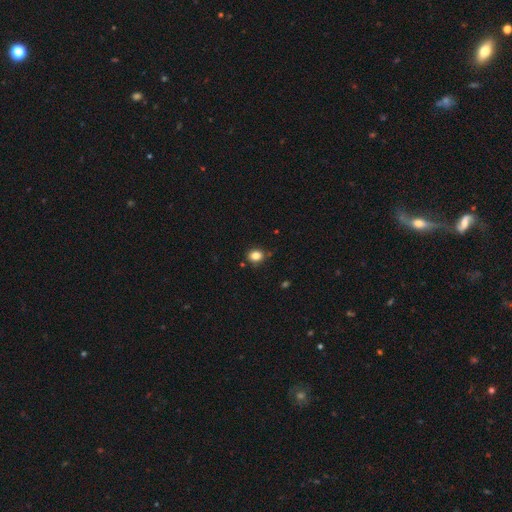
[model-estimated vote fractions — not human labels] smooth 83%, star or artifact 11%, featured or disk 5%. Down the decision tree: how rounded — round (63%); merging — none (83%).